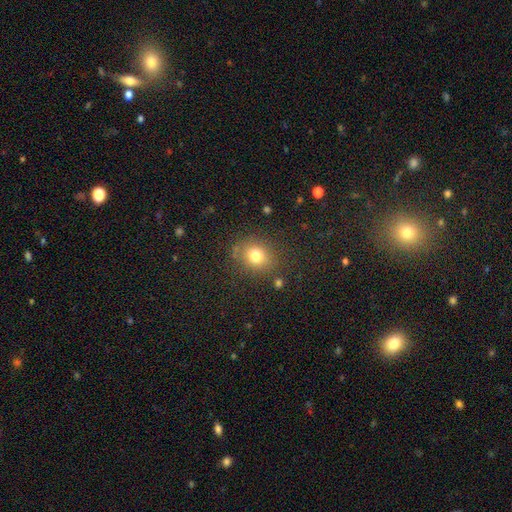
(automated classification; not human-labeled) Smooth or featured? smooth (77%)
How rounded? round (68%)
Merging? none (80%)